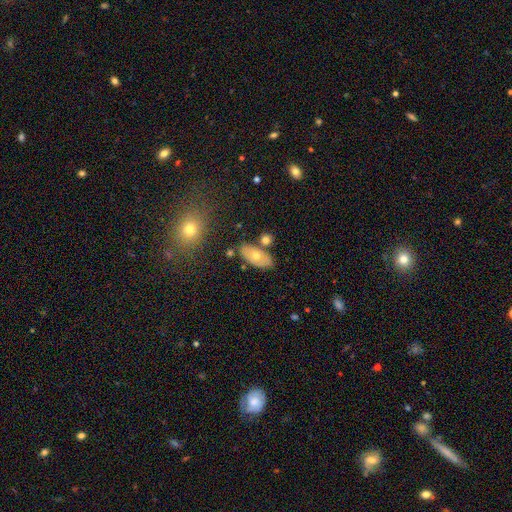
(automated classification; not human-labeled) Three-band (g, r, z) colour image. It shows a smooth galaxy with no disk features (53%) that is in between round and cigar-shaped (89%). Merging: none (76%).